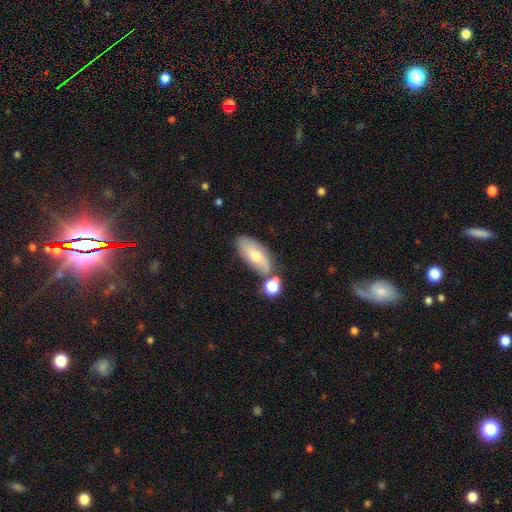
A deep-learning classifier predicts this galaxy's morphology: Overall: smooth (62%; featured or disk 30%). How rounded: in between (86%). Merging: none (62%).